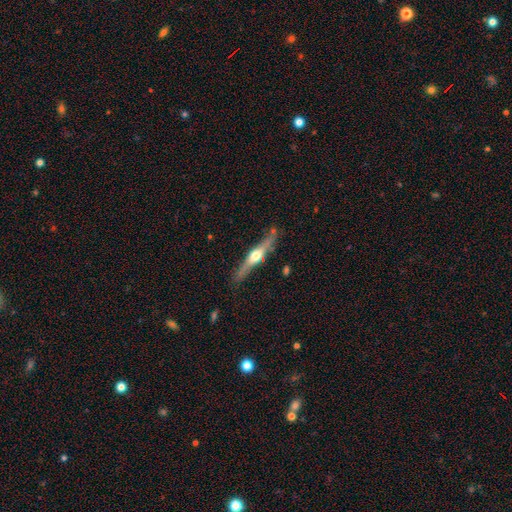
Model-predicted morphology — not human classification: smooth_or_featured: featured or disk (p=0.69) [alt: smooth p=0.25]
disk_edge_on: yes (p=0.96) [alt: no p=0.04]
edge_on_bulge: rounded (p=0.92) [alt: boxy p=0.04]
merging: none (p=0.81) [alt: minor disturbance p=0.13]